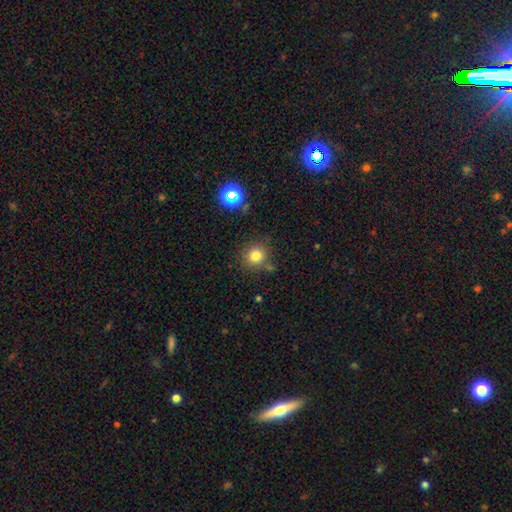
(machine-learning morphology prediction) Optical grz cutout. It shows a smooth galaxy with no disk features (79%) that is round (89%). Merging: none (79%).